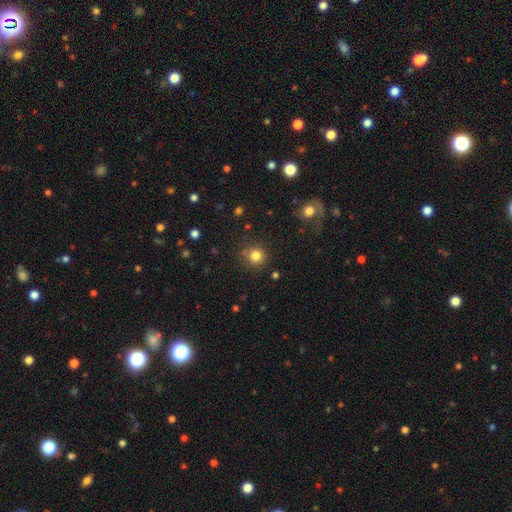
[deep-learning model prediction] smooth-or-featured: smooth: 81% | star or artifact: 13% | featured or disk: 6%
  how-rounded: round: 93% | in between: 7% | cigar-shaped: 1%
  merging: none: 84% | minor disturbance: 9% | merger: 4% | major disturbance: 3%